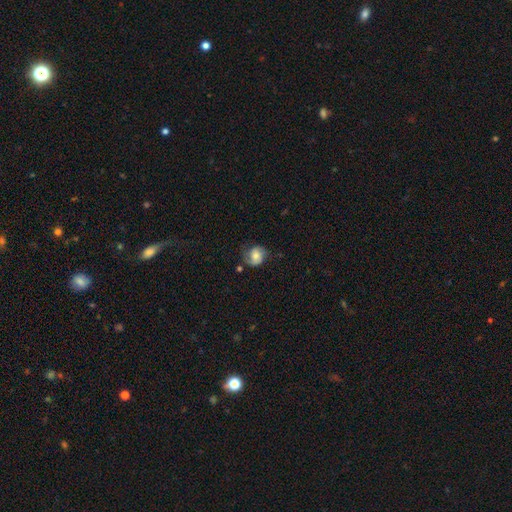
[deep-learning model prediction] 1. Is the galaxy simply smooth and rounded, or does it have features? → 51% smooth, 41% featured or disk, 8% star or artifact.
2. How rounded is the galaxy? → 71% round, 28% in between, 1% cigar-shaped.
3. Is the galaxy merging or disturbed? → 60% none, 26% minor disturbance, 11% major disturbance, 3% merger.